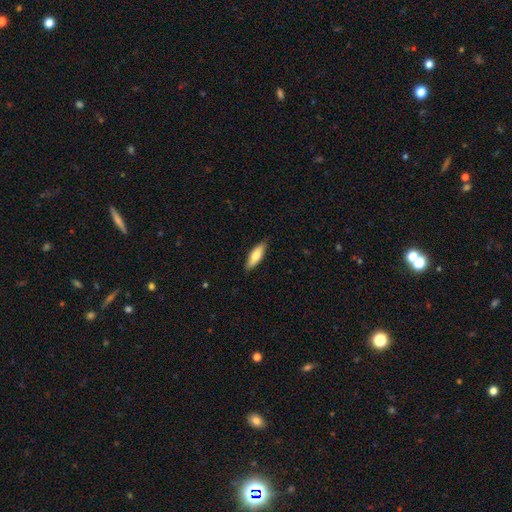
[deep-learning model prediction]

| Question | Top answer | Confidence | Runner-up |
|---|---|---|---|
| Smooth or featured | smooth | 71% | featured or disk (23%) |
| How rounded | in between | 52% | cigar-shaped (46%) |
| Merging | none | 86% | minor disturbance (11%) |